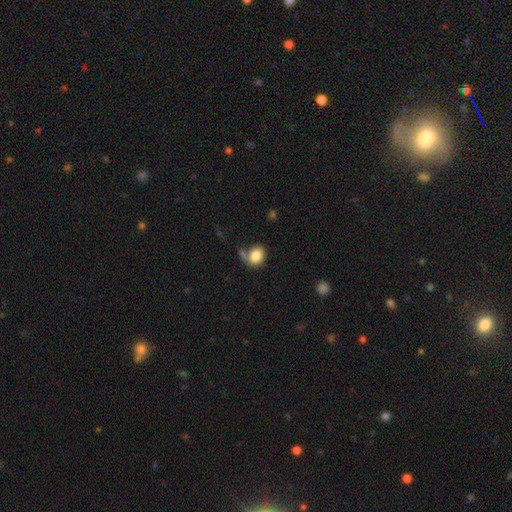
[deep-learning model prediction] Smooth or featured: smooth — 82% (featured or disk — 9%)
How rounded: in between — 51% (round — 48%)
Merging: none — 48% (minor disturbance — 20%)